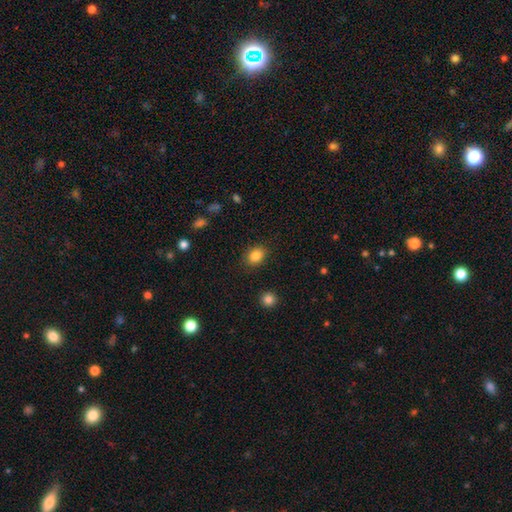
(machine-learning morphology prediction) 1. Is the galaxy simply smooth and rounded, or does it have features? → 85% smooth, 10% star or artifact, 5% featured or disk.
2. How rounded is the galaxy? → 55% in between, 44% round, 1% cigar-shaped.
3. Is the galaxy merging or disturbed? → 88% none, 8% minor disturbance, 3% major disturbance, 1% merger.